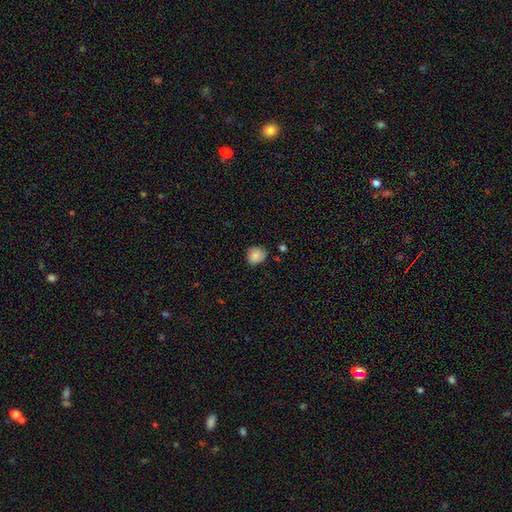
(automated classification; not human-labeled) This appears to be a smooth galaxy with no disk features (85%) that is round (78%). Merging: none (77%).